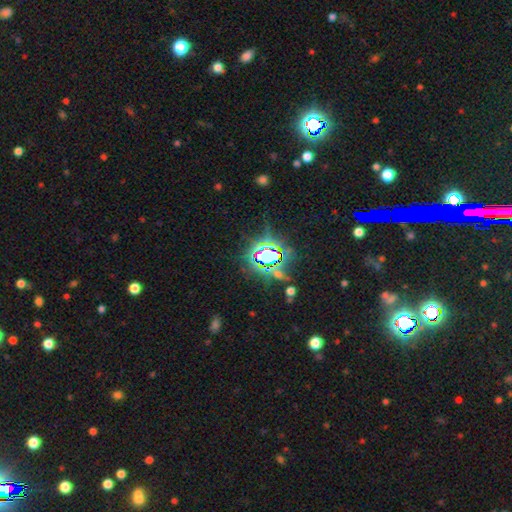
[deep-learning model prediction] Morphology: type=star or artifact (81%).